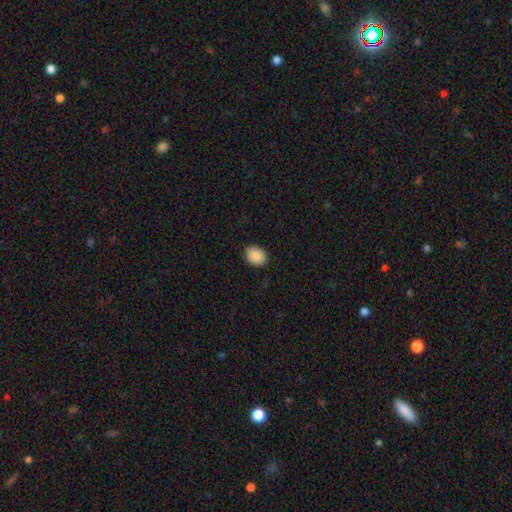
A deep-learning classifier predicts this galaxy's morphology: type=smooth (90%); roundness=in between (55%); merging=none (89%).